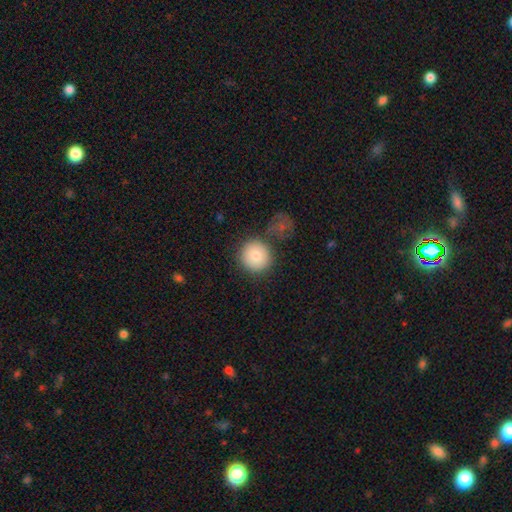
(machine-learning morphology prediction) Smooth or featured? smooth (84%)
How rounded? round (93%)
Merging? none (75%)